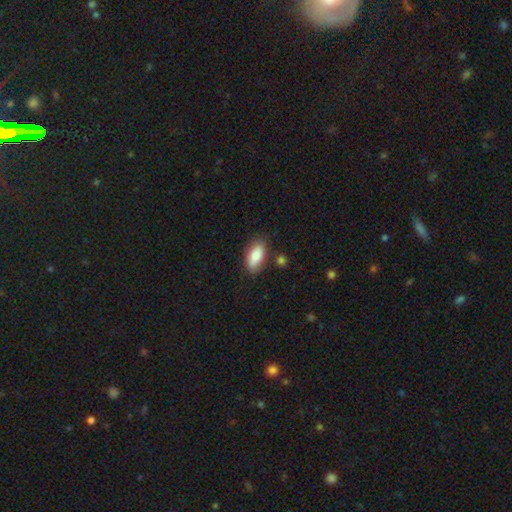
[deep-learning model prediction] This appears to be a smooth galaxy with no disk features (80%) that is in between round and cigar-shaped (89%). Merging: none (77%).